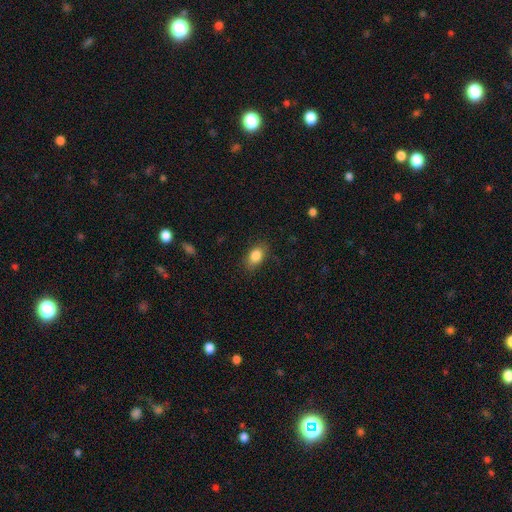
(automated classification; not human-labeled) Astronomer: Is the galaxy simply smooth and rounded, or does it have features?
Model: smooth — 85%.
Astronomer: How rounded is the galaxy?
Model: in between — 85%.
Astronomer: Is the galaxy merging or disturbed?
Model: none — 81%.